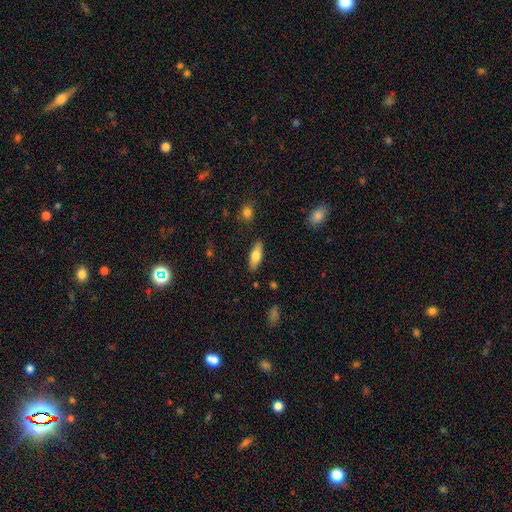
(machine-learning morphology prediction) smooth-or-featured: smooth: 71% | featured or disk: 22% | star or artifact: 6%
  how-rounded: in between: 67% | cigar-shaped: 31% | round: 2%
  merging: none: 87% | minor disturbance: 10% | major disturbance: 2% | merger: 2%